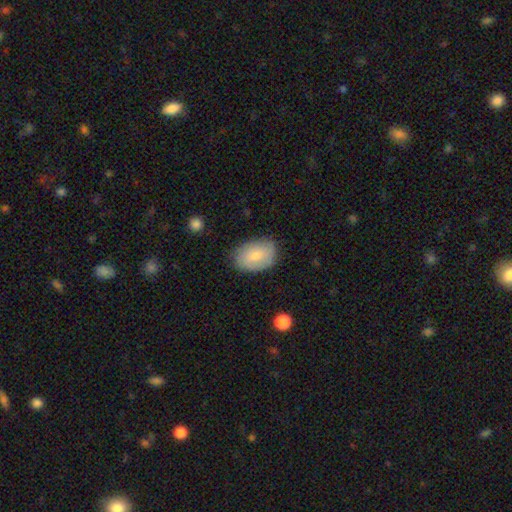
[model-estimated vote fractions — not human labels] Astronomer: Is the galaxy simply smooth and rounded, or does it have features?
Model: smooth — 69%.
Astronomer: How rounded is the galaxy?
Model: in between — 85%.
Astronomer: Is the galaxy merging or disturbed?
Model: none — 75%.